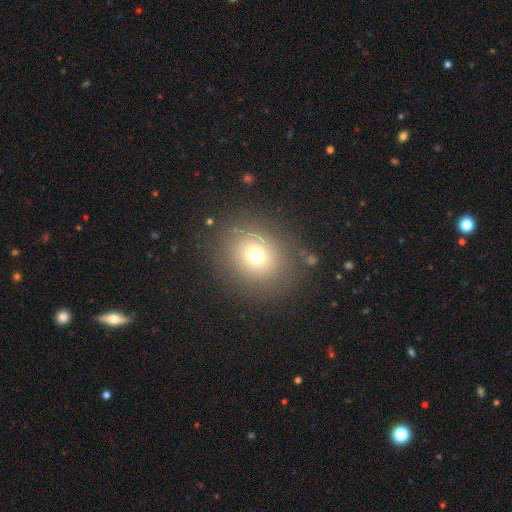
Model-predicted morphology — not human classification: A smooth galaxy with no disk features (69%) that is round (76%). Merging: none (82%).